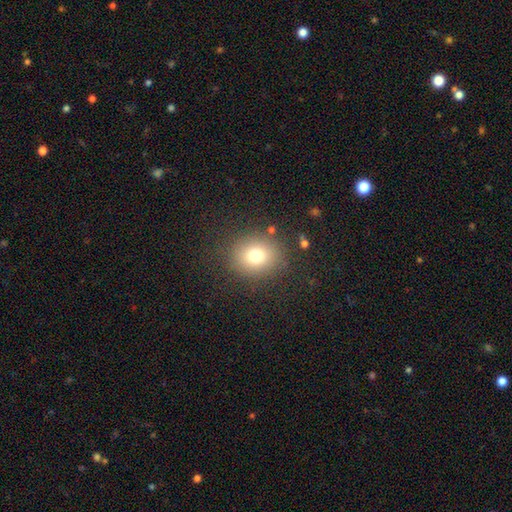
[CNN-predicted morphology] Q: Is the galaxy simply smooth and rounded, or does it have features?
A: smooth — 75%.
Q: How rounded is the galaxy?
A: round — 74%.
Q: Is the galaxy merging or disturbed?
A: none — 85%.